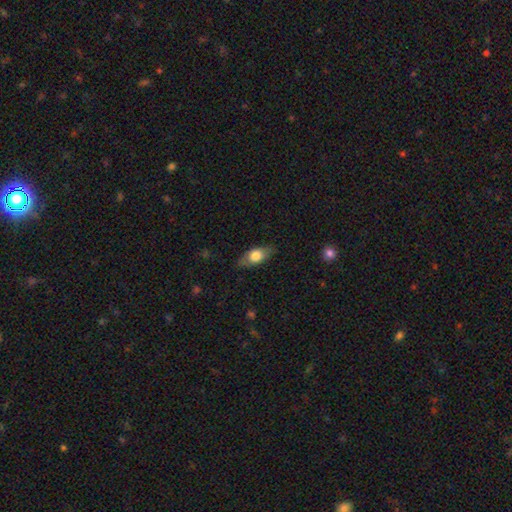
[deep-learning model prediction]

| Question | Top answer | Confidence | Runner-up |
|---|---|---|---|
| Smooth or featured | smooth | 68% | featured or disk (26%) |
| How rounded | in between | 80% | cigar-shaped (13%) |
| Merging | none | 80% | minor disturbance (15%) |